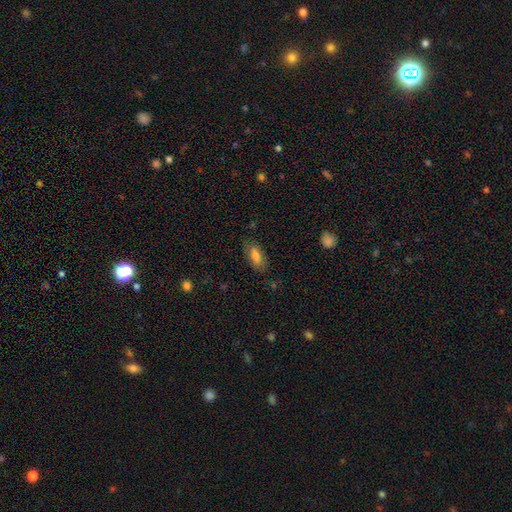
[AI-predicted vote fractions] smooth_or_featured: smooth (p=0.75) [alt: featured or disk p=0.18]
how_rounded: in between (p=0.81) [alt: cigar-shaped p=0.16]
merging: none (p=0.77) [alt: minor disturbance p=0.16]